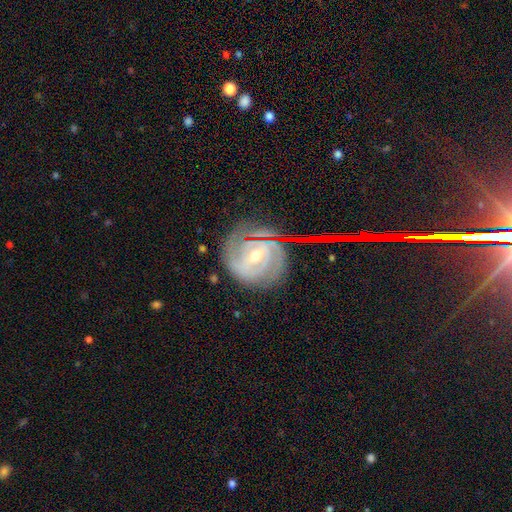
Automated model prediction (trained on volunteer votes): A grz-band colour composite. It shows a featured or disk galaxy (82%) with a weak bar (41%), 2 (44%) tight (64%) spiral arms (94%) and a moderate central bulge (56%). Merging: none (77%).